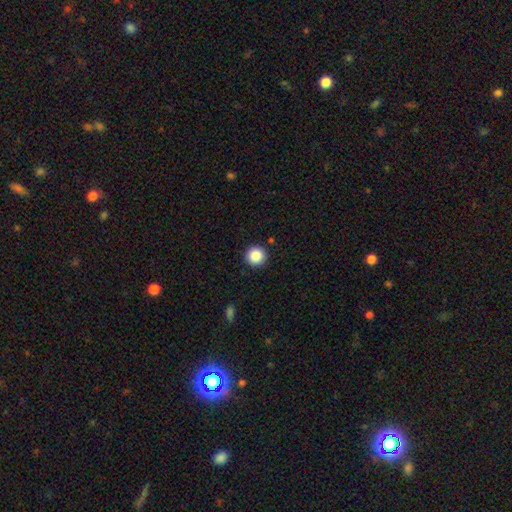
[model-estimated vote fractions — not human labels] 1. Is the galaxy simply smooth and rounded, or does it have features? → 87% smooth, 9% star or artifact, 4% featured or disk.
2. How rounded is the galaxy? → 96% round, 3% in between, 1% cigar-shaped.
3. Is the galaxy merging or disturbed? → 92% none, 5% minor disturbance, 2% major disturbance, 1% merger.